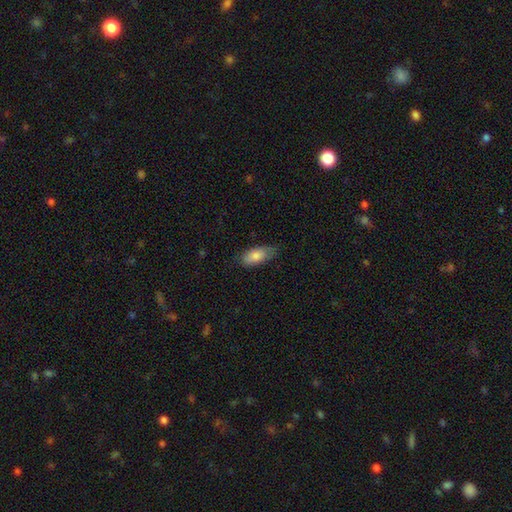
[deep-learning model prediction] Overall: smooth (81%). How rounded: in between (86%). Merging: none (74%).